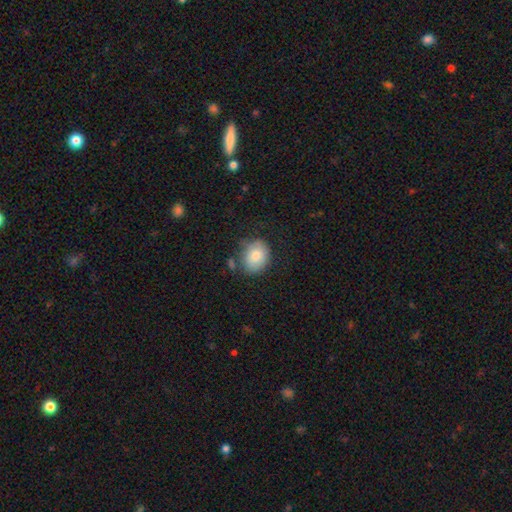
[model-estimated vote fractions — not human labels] Smooth or featured? smooth (81%)
How rounded? in between (51%)
Merging? none (68%)